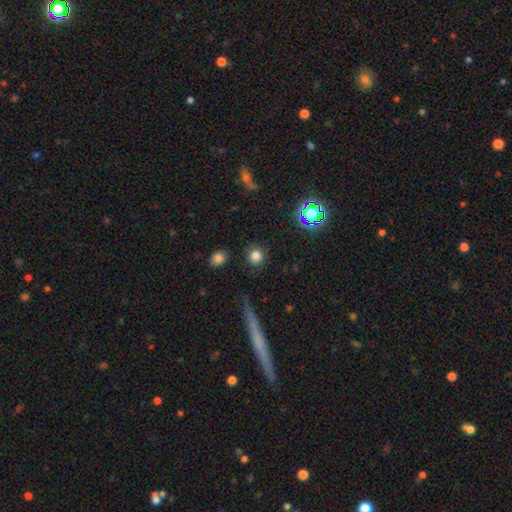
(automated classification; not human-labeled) This is clearly a smooth galaxy (80%). How rounded: clearly round (90%). Merging: clearly none (87%).